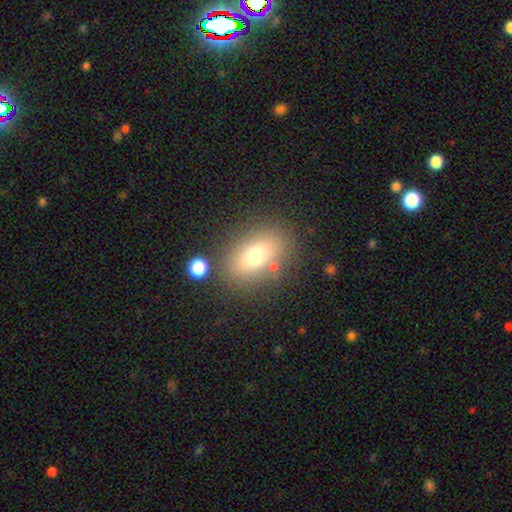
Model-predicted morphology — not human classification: Smooth or featured?
  - smooth: 71% *
  - featured or disk: 16%
  - star or artifact: 13%
How rounded?
  - in between: 74% *
  - round: 24%
  - cigar-shaped: 2%
Merging?
  - none: 78% *
  - minor disturbance: 11%
  - merger: 5%
  - major disturbance: 5%